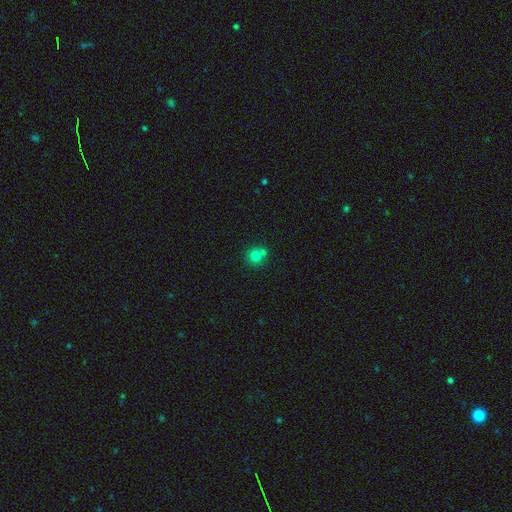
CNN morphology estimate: smooth 76%, star or artifact 13%, featured or disk 11%. Down the decision tree: how rounded — round (88%); merging — none (54%).